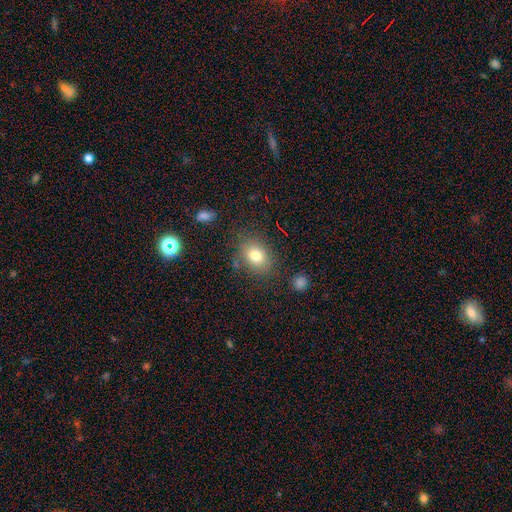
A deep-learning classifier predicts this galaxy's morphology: Smooth or featured? smooth (77%)
How rounded? in between (59%)
Merging? none (78%)